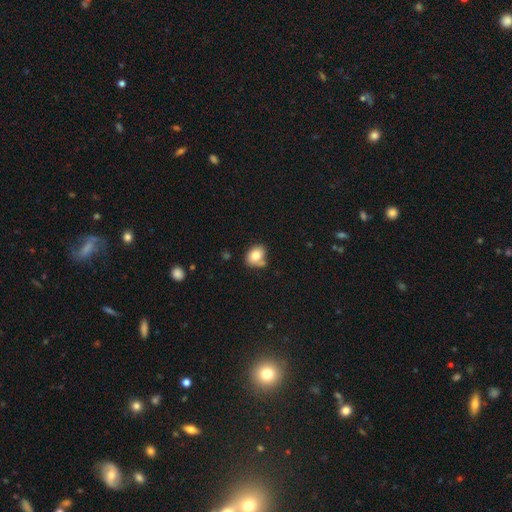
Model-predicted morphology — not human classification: Smooth or featured: smooth — 80% (featured or disk — 11%)
How rounded: in between — 58% (round — 41%)
Merging: none — 58% (minor disturbance — 22%)